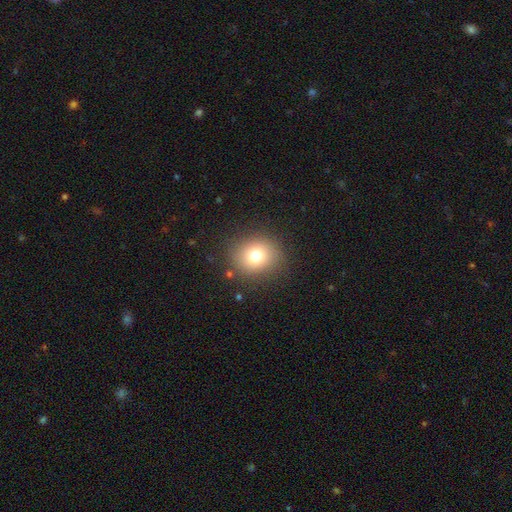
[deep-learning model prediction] Smooth or featured? smooth (76%)
How rounded? round (76%)
Merging? none (86%)